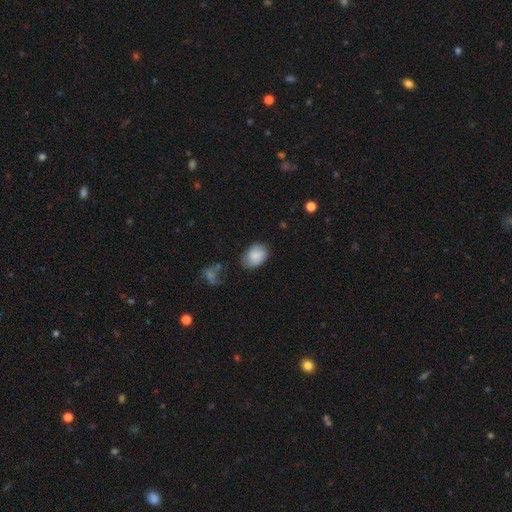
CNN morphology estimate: smooth 74%, featured or disk 19%, star or artifact 8%. Down the decision tree: how rounded — in between (80%); merging — none (65%).